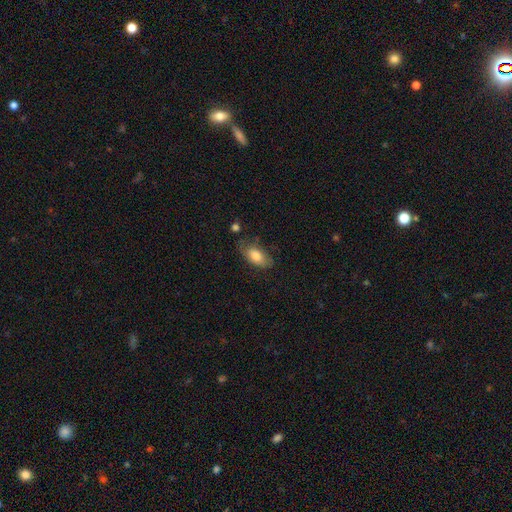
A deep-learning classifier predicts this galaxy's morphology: A smooth galaxy with no disk features (75%) that is in between round and cigar-shaped (90%).

Vote fractions:
- Smooth or featured? smooth: 75% / featured or disk: 18% / star or artifact: 7%
- How rounded? in between: 90% / cigar-shaped: 6% / round: 4%
- Merging? none: 60% / minor disturbance: 27% / major disturbance: 10% / merger: 4%